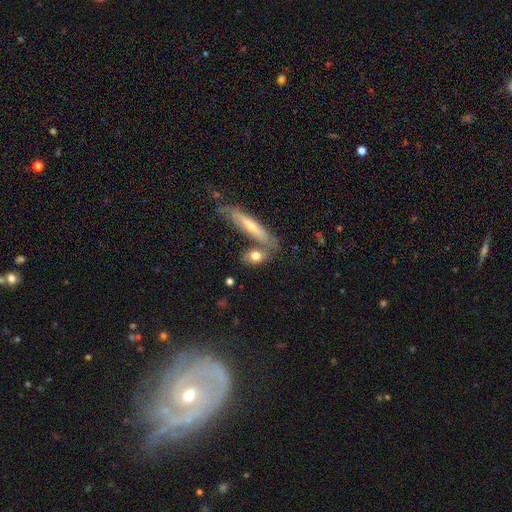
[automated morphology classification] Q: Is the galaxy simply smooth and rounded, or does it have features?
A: smooth — 70%.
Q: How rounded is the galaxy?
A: in between — 47%.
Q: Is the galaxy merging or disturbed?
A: none — 56%.